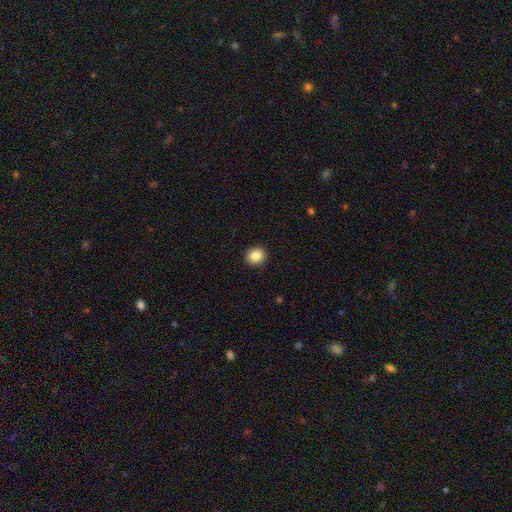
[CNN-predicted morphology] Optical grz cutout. It shows a smooth galaxy with no disk features (86%) that is round (81%). Merging: none (92%).